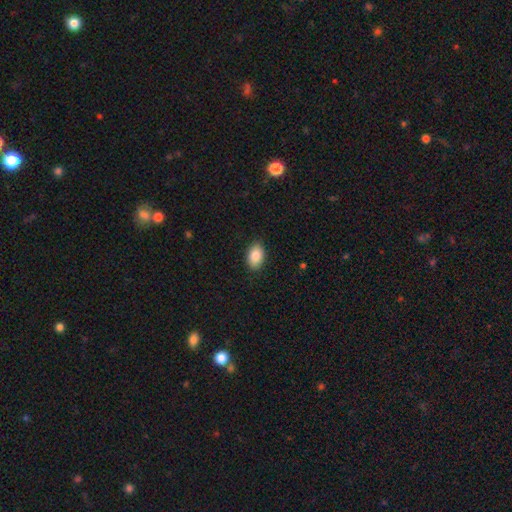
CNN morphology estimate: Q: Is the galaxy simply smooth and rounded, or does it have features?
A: smooth — 87%.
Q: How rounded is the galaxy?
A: in between — 91%.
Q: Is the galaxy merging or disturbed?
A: none — 88%.